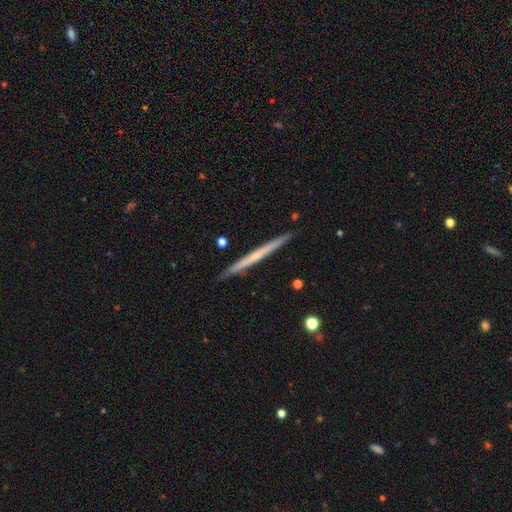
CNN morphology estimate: smooth-or-featured: featured or disk: 57% | smooth: 37% | star or artifact: 6%
  disk-edge-on: yes: 98% | no: 2%
    edge-on-bulge: none: 79% | rounded: 18% | boxy: 3%
  merging: none: 92% | minor disturbance: 6% | merger: 1% | major disturbance: 1%